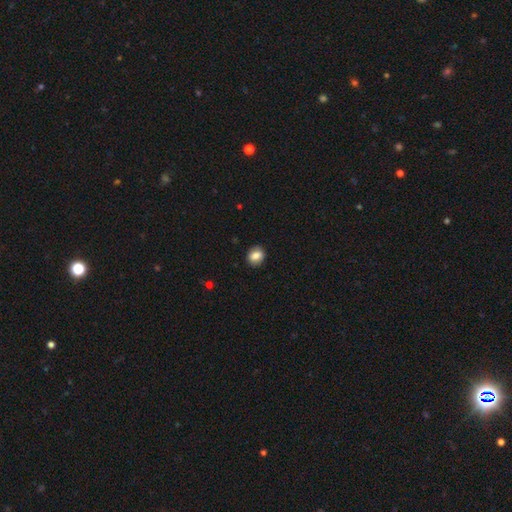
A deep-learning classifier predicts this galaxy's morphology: Smooth or featured? Predicted: smooth (p=0.82). How rounded? Predicted: round (p=0.62). Merging? Predicted: none (p=0.88).